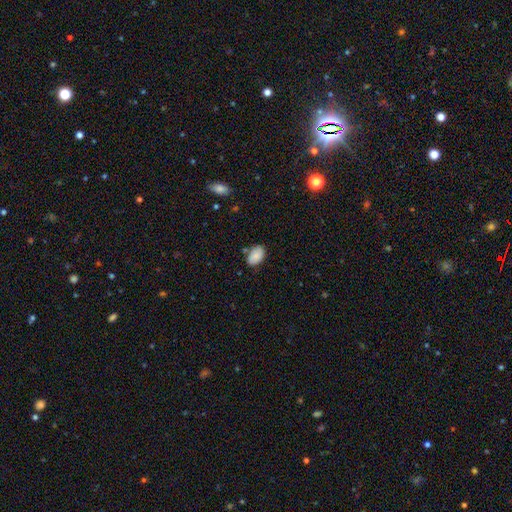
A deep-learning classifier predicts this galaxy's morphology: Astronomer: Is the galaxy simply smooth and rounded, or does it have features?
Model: smooth — 85%.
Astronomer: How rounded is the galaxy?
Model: in between — 90%.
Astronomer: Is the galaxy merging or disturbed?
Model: none — 73%.